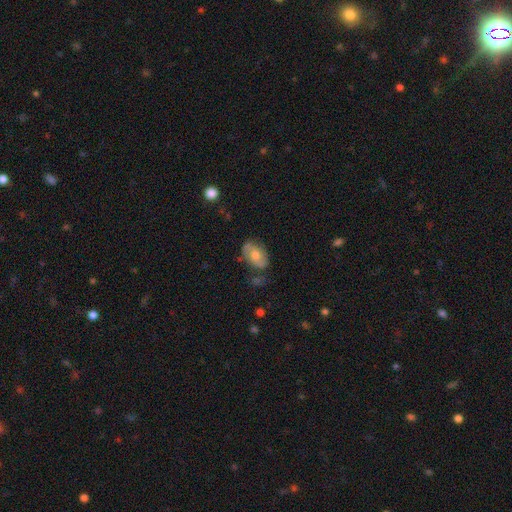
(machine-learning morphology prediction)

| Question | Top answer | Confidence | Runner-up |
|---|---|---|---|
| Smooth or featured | featured or disk | 52% | smooth (41%) |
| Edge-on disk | no | 95% | yes (5%) |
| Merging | none | 65% | minor disturbance (22%) |